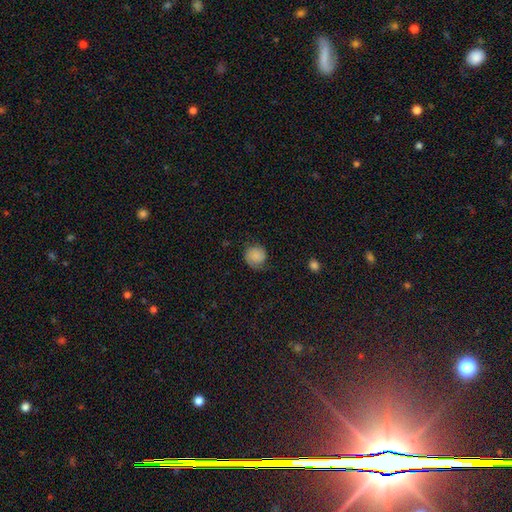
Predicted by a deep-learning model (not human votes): smooth 69%, featured or disk 22%, star or artifact 9%. Down the decision tree: how rounded — round (82%); merging — none (66%).